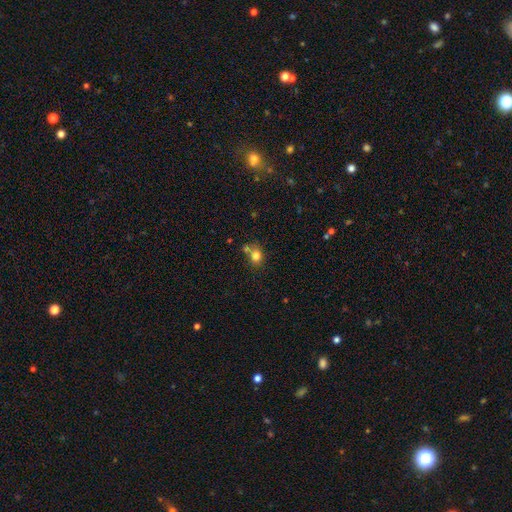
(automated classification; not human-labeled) A smooth galaxy with no disk features (79%) that is round (66%).

Vote fractions:
- Smooth or featured? smooth: 79% / star or artifact: 12% / featured or disk: 8%
- How rounded? round: 66% / in between: 33% / cigar-shaped: 1%
- Merging? none: 57% / merger: 25% / minor disturbance: 13% / major disturbance: 5%